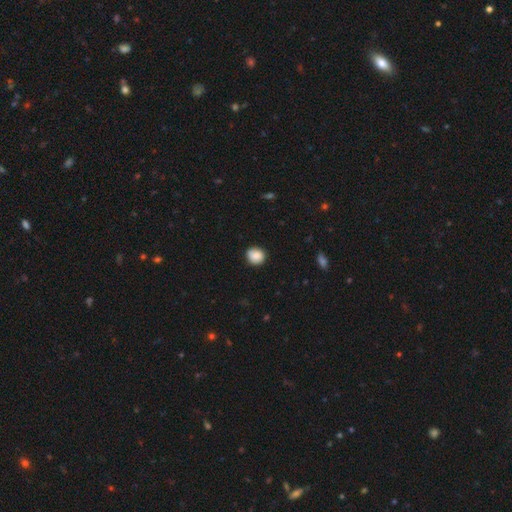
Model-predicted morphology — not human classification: smooth_or_featured: smooth (p=0.85) [alt: star or artifact p=0.08]
how_rounded: round (p=0.84) [alt: in between p=0.15]
merging: none (p=0.85) [alt: minor disturbance p=0.11]